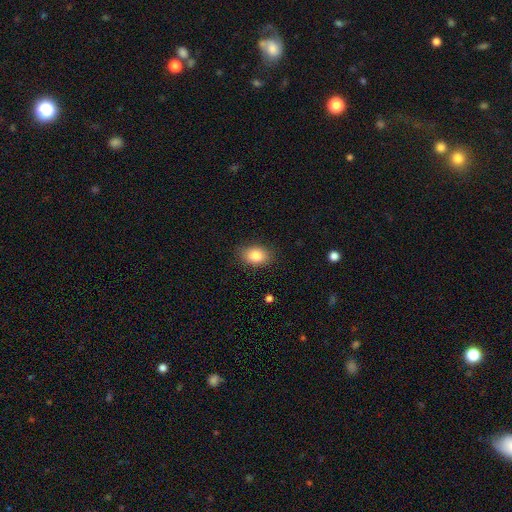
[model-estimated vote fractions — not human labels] smooth 84%, star or artifact 9%, featured or disk 8%. Down the decision tree: how rounded — in between (79%); merging — none (86%).